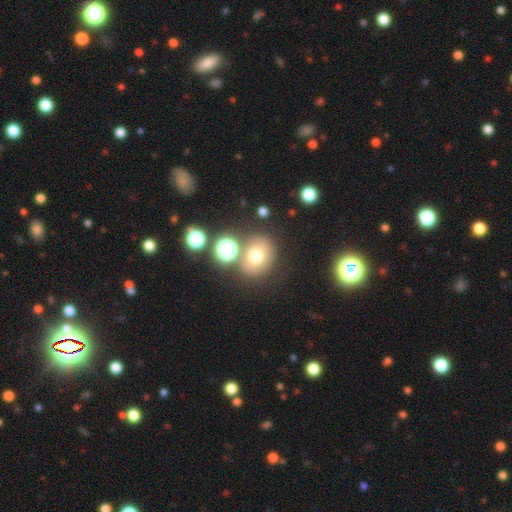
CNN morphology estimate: Smooth or featured?
  - smooth: 70% *
  - star or artifact: 15%
  - featured or disk: 15%
How rounded?
  - round: 58% *
  - in between: 41%
  - cigar-shaped: 1%
Merging?
  - none: 71% *
  - merger: 12%
  - minor disturbance: 12%
  - major disturbance: 5%